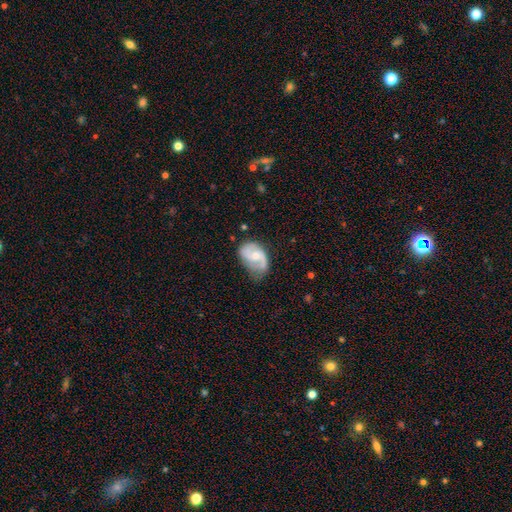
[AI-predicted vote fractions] smooth_or_featured: featured or disk (p=0.71) [alt: smooth p=0.24]
disk_edge_on: no (p=0.97) [alt: yes p=0.03]
bar: no (p=0.58) [alt: weak p=0.35]
has_spiral_arms: yes (p=0.90) [alt: no p=0.10]
spiral_winding: medium (p=0.44) [alt: loose p=0.36]
spiral_arm_count: 2 (p=0.76) [alt: 1 p=0.13]
bulge_size: moderate (p=0.54) [alt: small p=0.41]
merging: none (p=0.49) [alt: minor disturbance p=0.35]